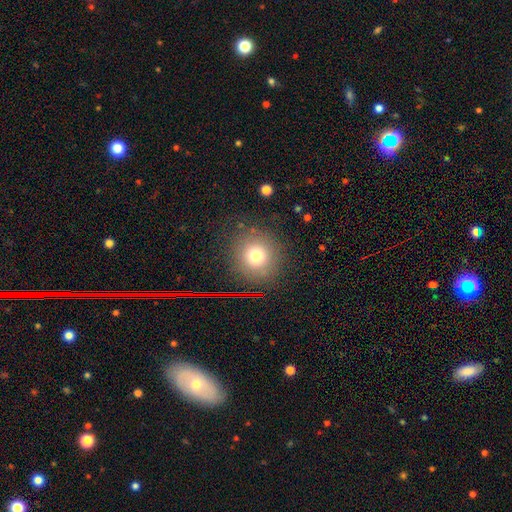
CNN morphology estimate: This is likely a smooth galaxy (72%). How rounded: clearly round (91%). Merging: clearly none (85%).